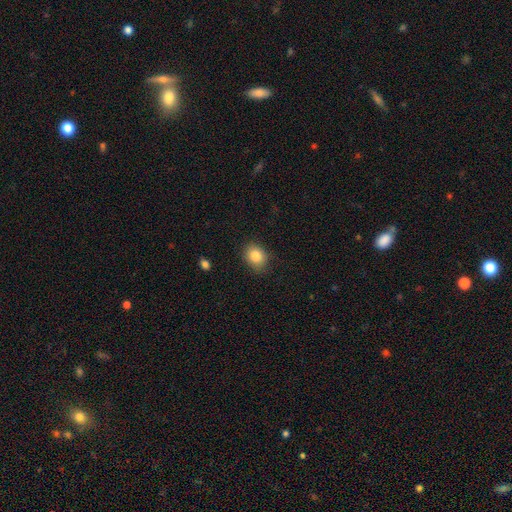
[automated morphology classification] Smooth or featured: smooth — 85% (star or artifact — 9%)
How rounded: round — 53% (in between — 46%)
Merging: none — 82% (minor disturbance — 14%)